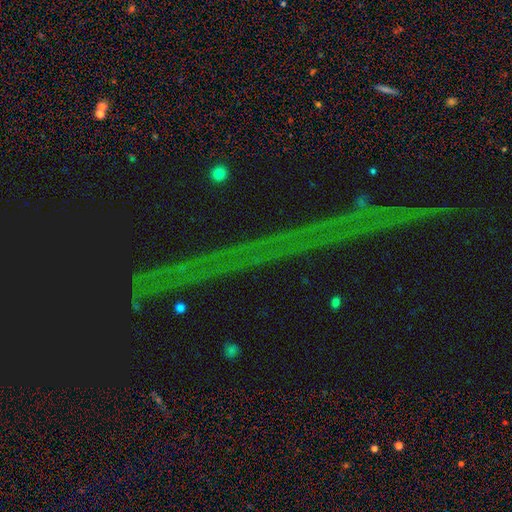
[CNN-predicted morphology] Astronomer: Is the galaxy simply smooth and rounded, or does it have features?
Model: star or artifact — 83%.